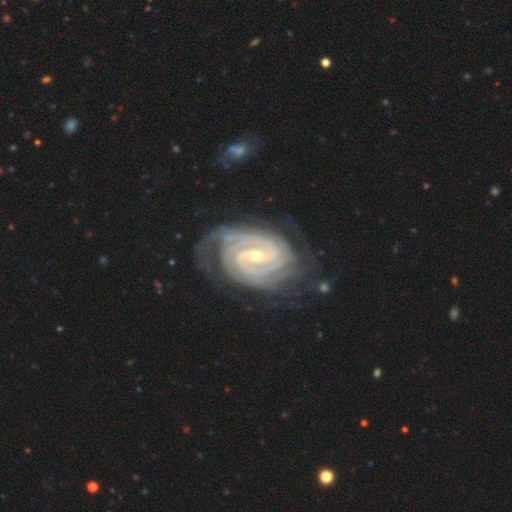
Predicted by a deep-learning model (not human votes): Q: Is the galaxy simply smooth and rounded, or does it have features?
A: featured or disk — 93%.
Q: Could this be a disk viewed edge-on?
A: no — 97%.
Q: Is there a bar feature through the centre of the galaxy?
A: weak — 44%.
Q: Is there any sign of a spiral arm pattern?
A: yes — 99%.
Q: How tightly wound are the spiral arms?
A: tight — 81%.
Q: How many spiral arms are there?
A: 2 — 30%.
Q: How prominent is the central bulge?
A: small — 59%.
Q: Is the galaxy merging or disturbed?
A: none — 73%.